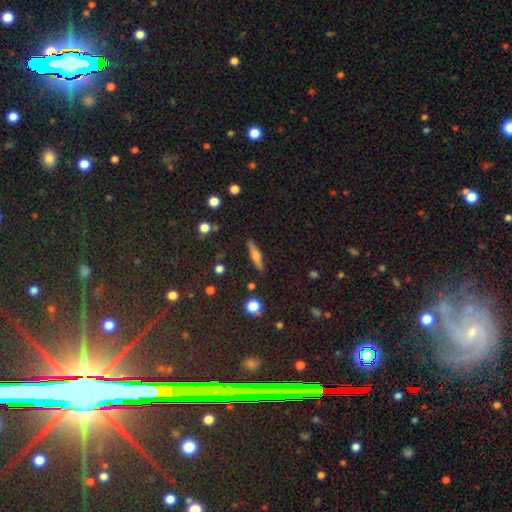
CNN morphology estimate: Overall: smooth (52%; featured or disk 40%). How rounded: cigar-shaped (82%). Merging: none (87%).